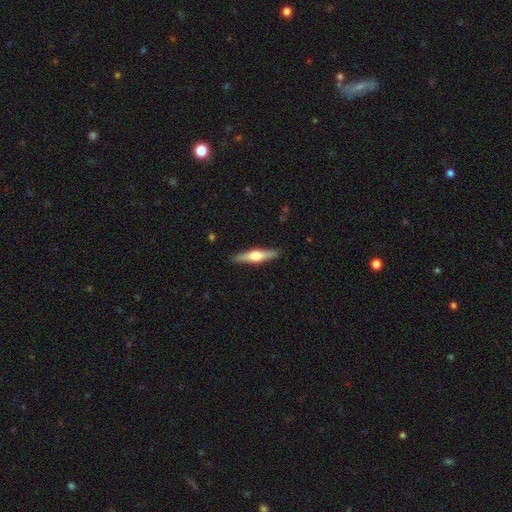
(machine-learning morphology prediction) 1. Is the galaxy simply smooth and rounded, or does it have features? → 61% featured or disk, 34% smooth, 5% star or artifact.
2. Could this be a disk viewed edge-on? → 96% yes, 4% no.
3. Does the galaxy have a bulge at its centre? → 91% rounded, 6% boxy, 3% none.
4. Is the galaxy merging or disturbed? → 90% none, 7% minor disturbance, 1% major disturbance, 1% merger.